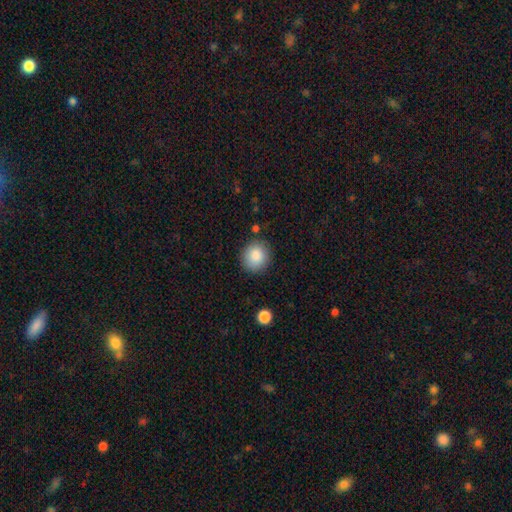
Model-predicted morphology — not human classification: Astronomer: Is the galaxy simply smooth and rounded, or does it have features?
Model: smooth — 87%.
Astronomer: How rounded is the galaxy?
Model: round — 89%.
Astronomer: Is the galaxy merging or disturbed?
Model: none — 86%.